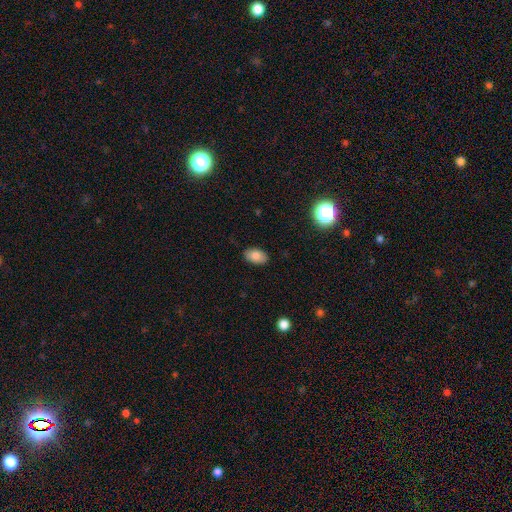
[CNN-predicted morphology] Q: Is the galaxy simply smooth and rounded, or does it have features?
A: smooth — 81%.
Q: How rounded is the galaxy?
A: in between — 90%.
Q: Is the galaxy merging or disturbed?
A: none — 87%.